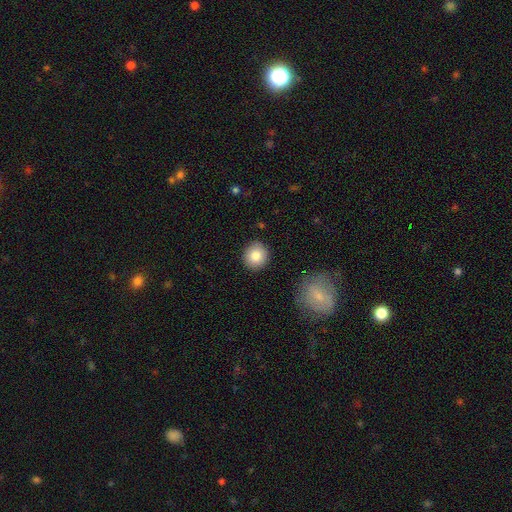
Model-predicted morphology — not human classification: Smooth or featured? smooth (82%)
How rounded? round (89%)
Merging? none (90%)